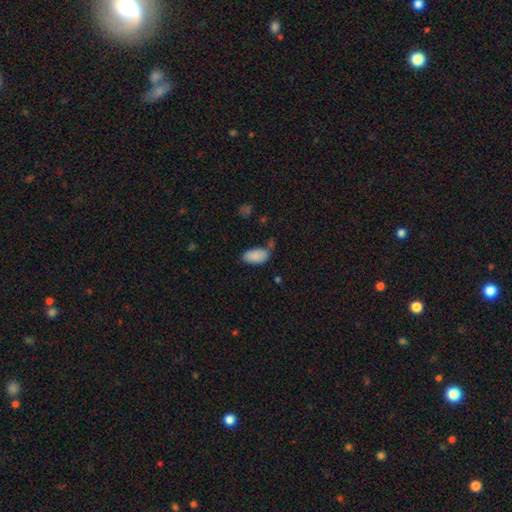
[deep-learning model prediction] A smooth galaxy with no disk features (87%) that is in between round and cigar-shaped (95%).

Vote fractions:
- Smooth or featured? smooth: 87% / star or artifact: 7% / featured or disk: 5%
- How rounded? in between: 95% / round: 3% / cigar-shaped: 2%
- Merging? none: 61% / minor disturbance: 23% / merger: 10% / major disturbance: 6%